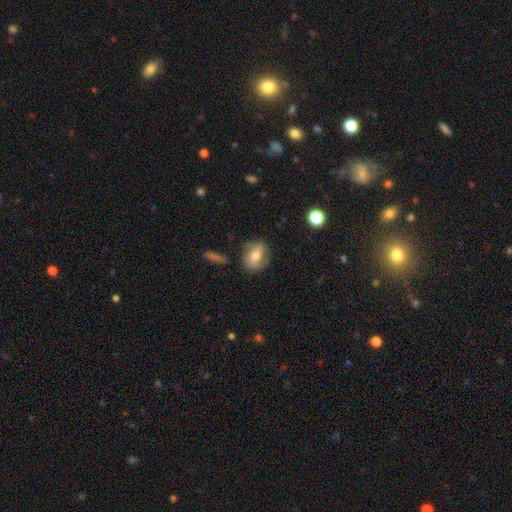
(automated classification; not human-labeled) Morphology: type=smooth (59%); roundness=in between (55%); merging=none (73%).